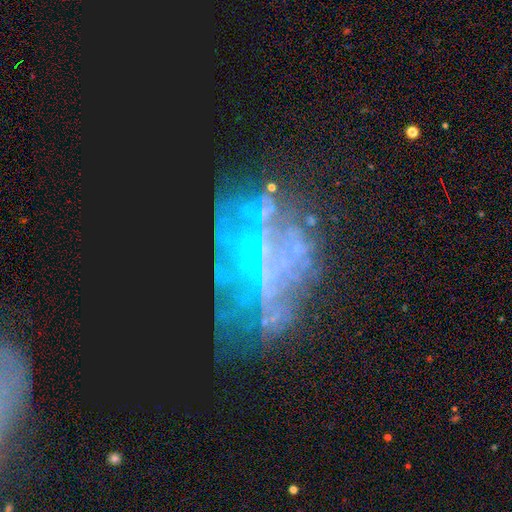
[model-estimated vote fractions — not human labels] Smooth or featured?
  - featured or disk: 62% *
  - star or artifact: 24%
  - smooth: 13%
Edge-on disk?
  - no: 96% *
  - yes: 4%
Bar?
  - no: 84% *
  - weak: 11%
  - strong: 5%
Spiral arms?
  - no: 80% *
  - yes: 20%
Bulge size?
  - none: 70% *
  - small: 22%
  - moderate: 5%
  - large: 1%
  - dominant: 1%
Merging?
  - none: 44% *
  - major disturbance: 31%
  - minor disturbance: 18%
  - merger: 7%